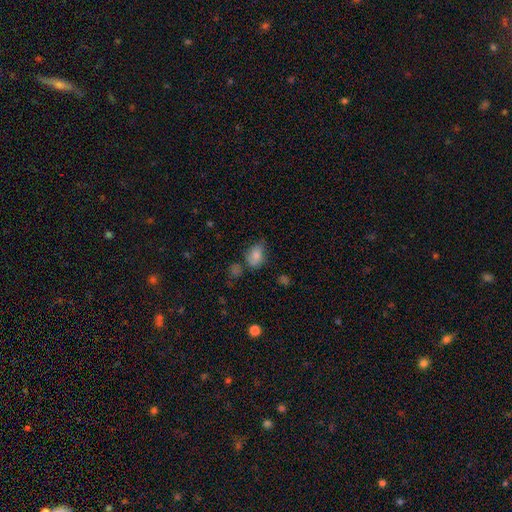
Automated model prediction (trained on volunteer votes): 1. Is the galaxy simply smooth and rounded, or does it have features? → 82% smooth, 10% star or artifact, 8% featured or disk.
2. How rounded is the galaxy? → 78% in between, 20% round, 2% cigar-shaped.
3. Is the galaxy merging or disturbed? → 58% none, 25% minor disturbance, 9% merger, 7% major disturbance.